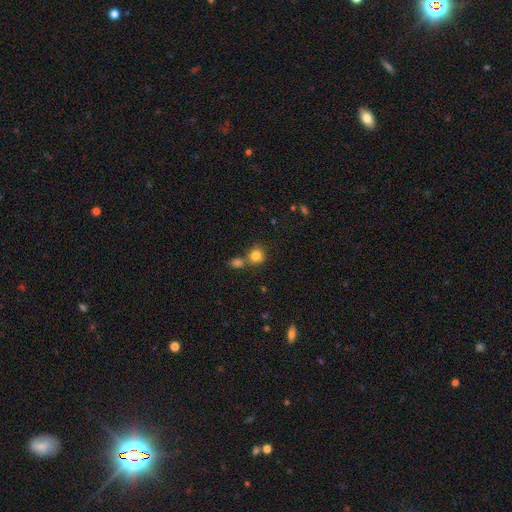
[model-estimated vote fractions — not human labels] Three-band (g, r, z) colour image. It shows a smooth galaxy with no disk features (82%) that is round (84%). Merging: none (52%).